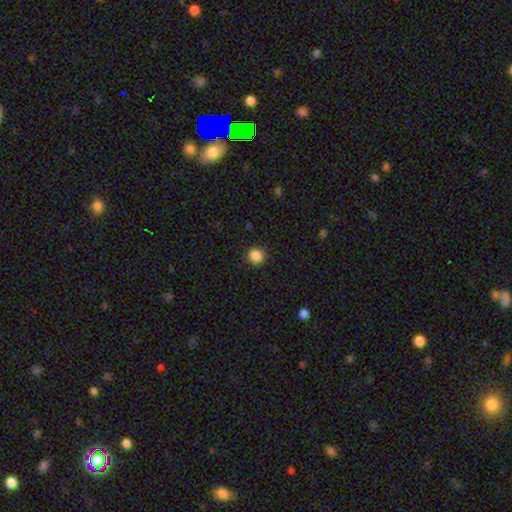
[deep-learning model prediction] Morphology: type=smooth (87%); roundness=round (94%); merging=none (91%).